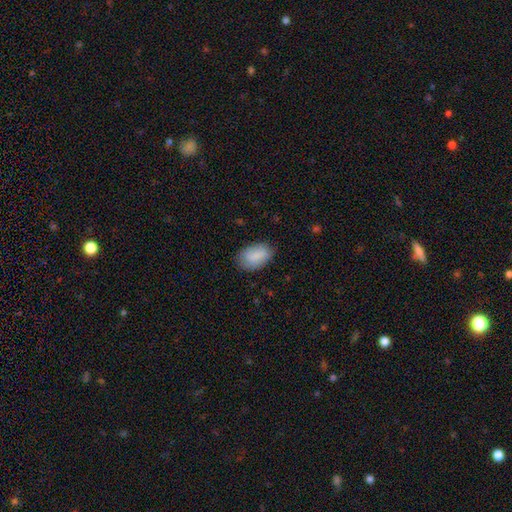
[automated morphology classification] type=smooth (82%); roundness=in between (92%); merging=none (77%).